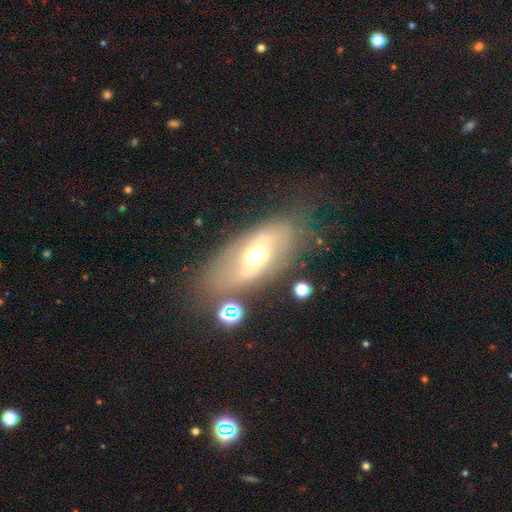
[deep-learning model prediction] Smooth or featured: featured or disk — 59% (smooth — 31%)
Edge-on disk: no — 86% (yes — 14%)
Bar: no — 43% (weak — 37%)
Spiral arms: yes — 63% (no — 37%)
Bulge size: moderate — 65% (small — 22%)
Merging: none — 68% (minor disturbance — 18%)